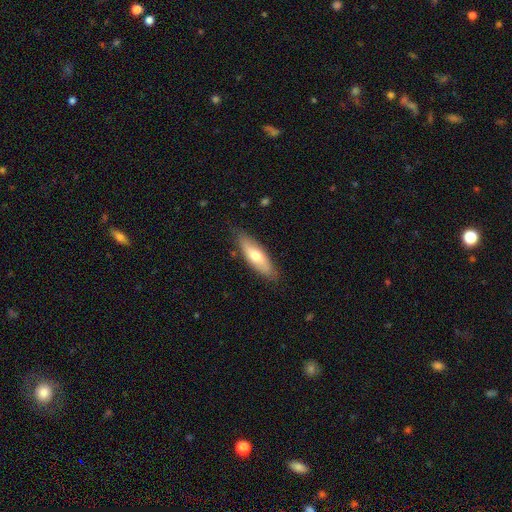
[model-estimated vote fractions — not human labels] This is likely a smooth galaxy (63%). How rounded: possibly cigar-shaped (49%, tied with in between). Merging: clearly none (83%).